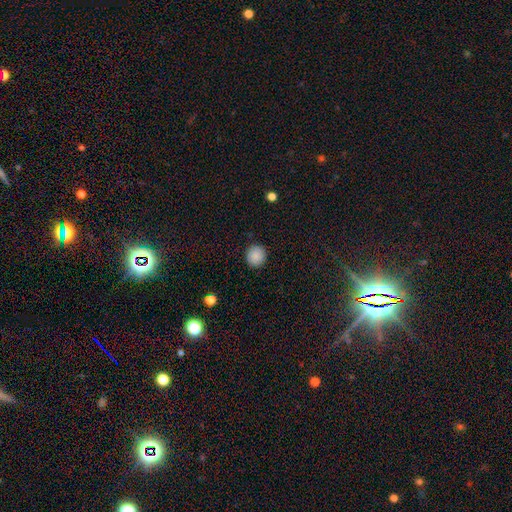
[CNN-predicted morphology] The model was most divided on "smooth or featured": smooth: 88%, star or artifact: 9%, featured or disk: 3%. More confident: merging — none (91%); how rounded — round (91%).